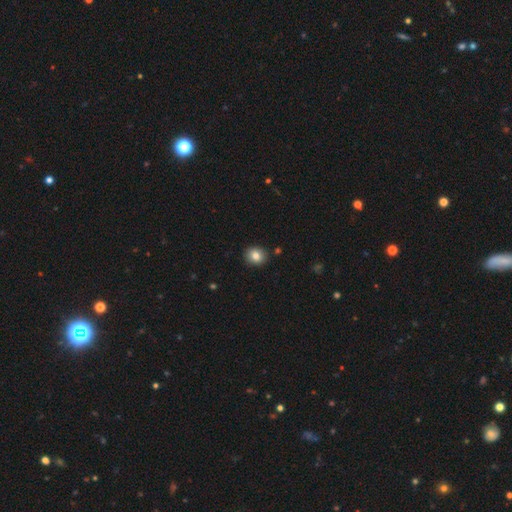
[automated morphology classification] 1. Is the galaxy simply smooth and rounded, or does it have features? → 81% smooth, 10% star or artifact, 8% featured or disk.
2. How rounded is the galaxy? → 76% round, 23% in between, 1% cigar-shaped.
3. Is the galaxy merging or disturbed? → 89% none, 7% minor disturbance, 2% merger, 2% major disturbance.